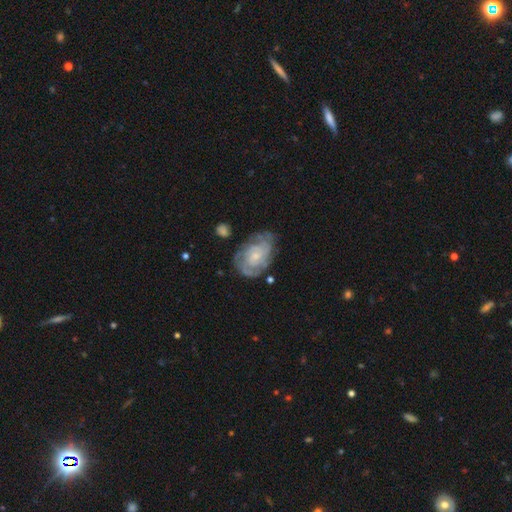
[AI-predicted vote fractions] This is likely a featured or disk galaxy (77%). It is clearly not viewed edge-on (97%). Bar: likely no (75%). Spiral arm pattern: clearly yes (89%). Spiral arm count: possibly can't tell (45%). Spiral winding: likely tight (63%). Central bulge: likely small (65%). Merging: likely none (65%).